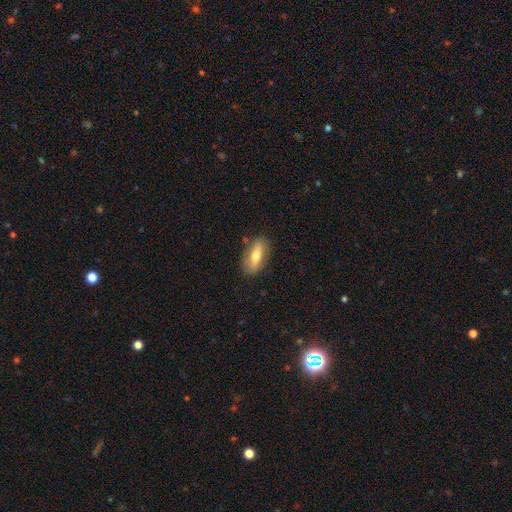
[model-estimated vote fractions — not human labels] This appears to be a smooth galaxy with no disk features (60%) that is in between round and cigar-shaped (77%). Merging: none (81%).